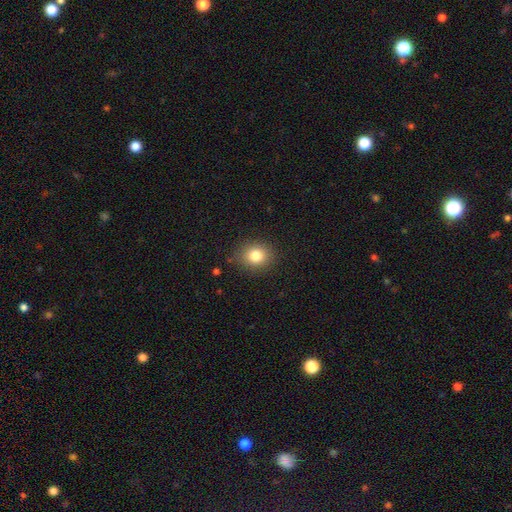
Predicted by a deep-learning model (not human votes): Smooth or featured? smooth (81%)
How rounded? round (69%)
Merging? none (86%)